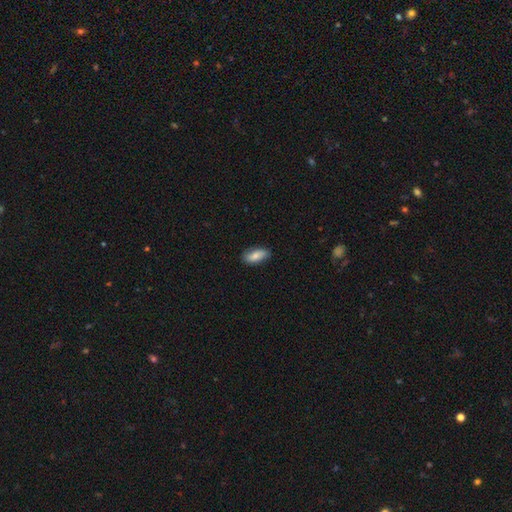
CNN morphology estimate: Overall: smooth (77%). How rounded: in between (86%). Merging: none (82%).